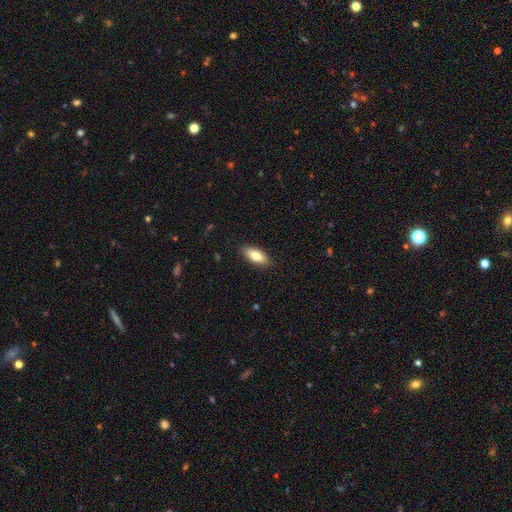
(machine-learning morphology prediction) smooth_or_featured: smooth (p=0.81) [alt: featured or disk p=0.13]
how_rounded: in between (p=0.82) [alt: cigar-shaped p=0.15]
merging: none (p=0.88) [alt: minor disturbance p=0.09]